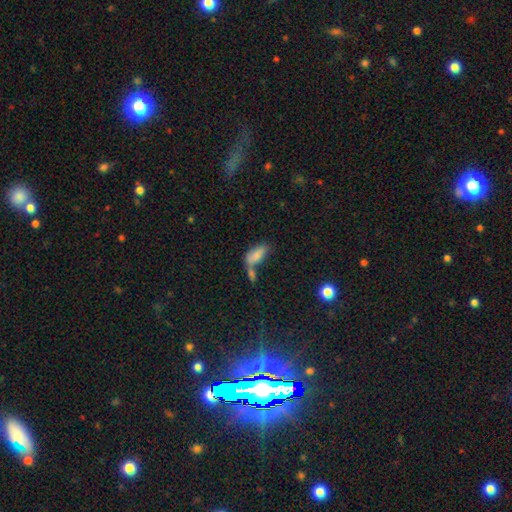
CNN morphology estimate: smooth-or-featured: smooth: 79% | featured or disk: 12% | star or artifact: 9%
  how-rounded: in between: 83% | cigar-shaped: 14% | round: 3%
  merging: merger: 48% | none: 29% | minor disturbance: 14% | major disturbance: 9%